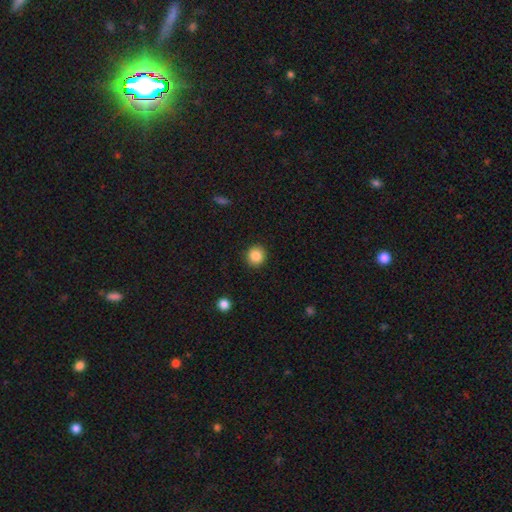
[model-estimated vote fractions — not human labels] A smooth galaxy with no disk features (87%) that is round (87%).

Vote fractions:
- Smooth or featured? smooth: 87% / star or artifact: 9% / featured or disk: 4%
- How rounded? round: 87% / in between: 12% / cigar-shaped: 1%
- Merging? none: 90% / minor disturbance: 7% / major disturbance: 2% / merger: 1%